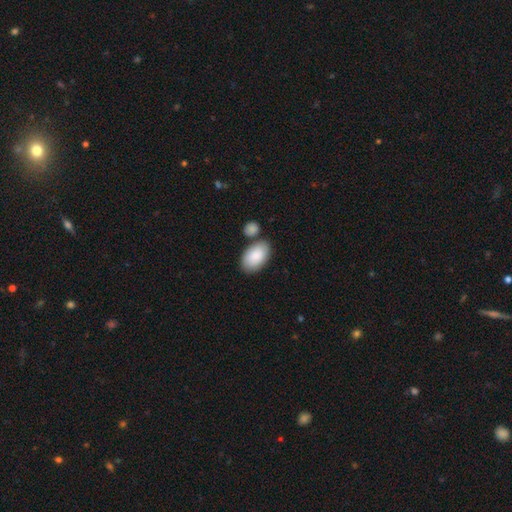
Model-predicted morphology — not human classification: A smooth galaxy with no disk features (87%) that is in between round and cigar-shaped (95%).

Vote fractions:
- Smooth or featured? smooth: 87% / featured or disk: 8% / star or artifact: 5%
- How rounded? in between: 95% / round: 4% / cigar-shaped: 1%
- Merging? none: 68% / merger: 15% / minor disturbance: 14% / major disturbance: 4%